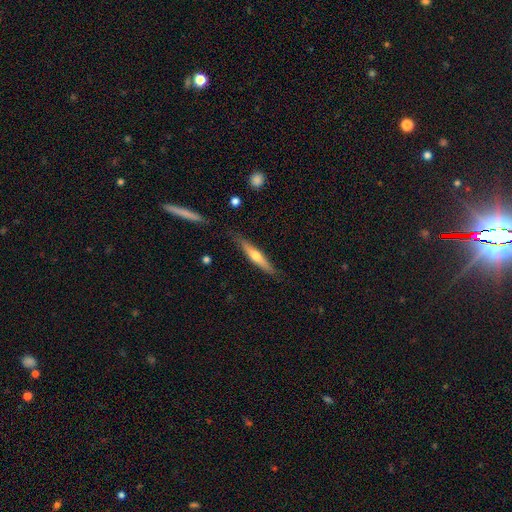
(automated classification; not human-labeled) featured or disk 50%, smooth 44%, star or artifact 6%. Down the decision tree: edge-on disk — yes (92%); merging — none (82%).